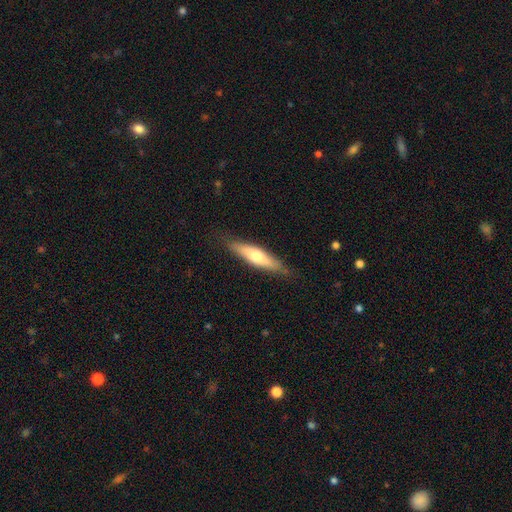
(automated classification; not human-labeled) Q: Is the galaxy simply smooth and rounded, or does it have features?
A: smooth — 48%.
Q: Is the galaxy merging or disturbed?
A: none — 84%.